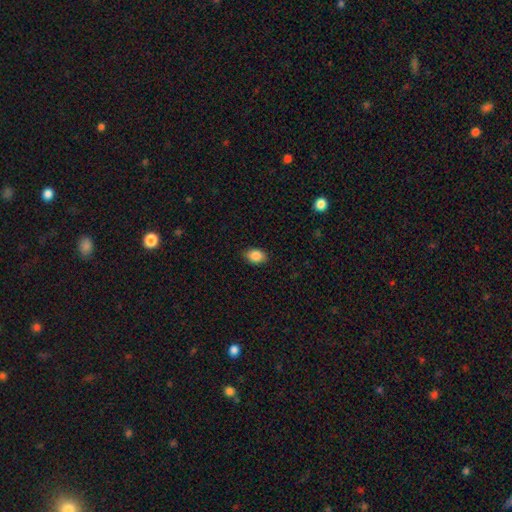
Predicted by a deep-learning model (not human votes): This is clearly a smooth galaxy (88%). How rounded: likely in between (77%). Merging: clearly none (86%).